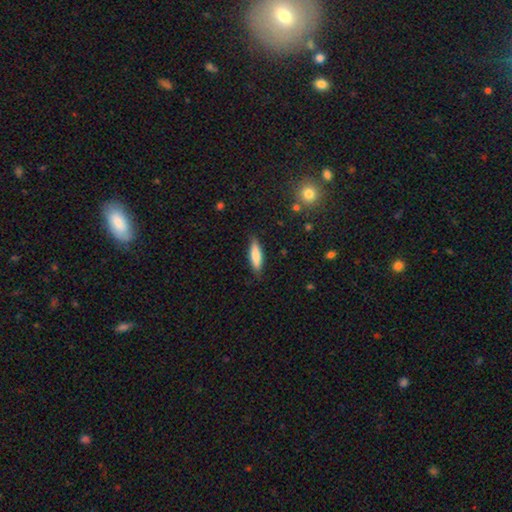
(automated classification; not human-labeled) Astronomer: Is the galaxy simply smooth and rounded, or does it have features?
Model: smooth — 78%.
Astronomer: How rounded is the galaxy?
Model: cigar-shaped — 66%.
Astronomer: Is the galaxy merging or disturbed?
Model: none — 85%.